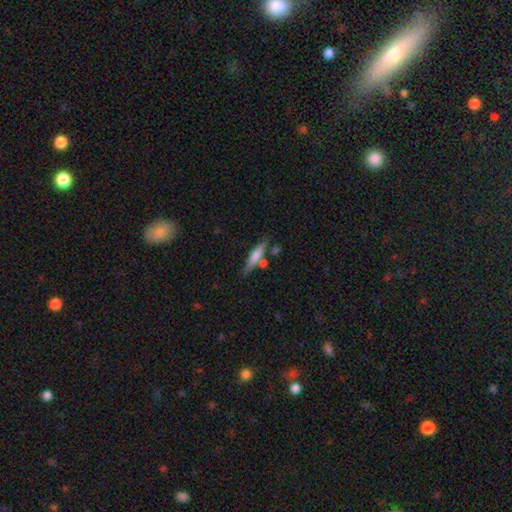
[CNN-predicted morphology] Smooth or featured: smooth — 61% (featured or disk — 33%)
How rounded: cigar-shaped — 80% (in between — 17%)
Merging: none — 67% (merger — 14%)